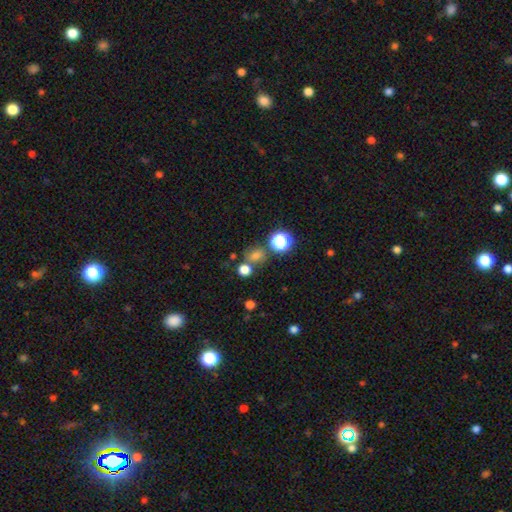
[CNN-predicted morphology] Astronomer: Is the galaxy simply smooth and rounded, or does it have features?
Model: smooth — 60%.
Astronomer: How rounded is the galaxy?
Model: round — 78%.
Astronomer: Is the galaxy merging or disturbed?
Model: none — 68%.